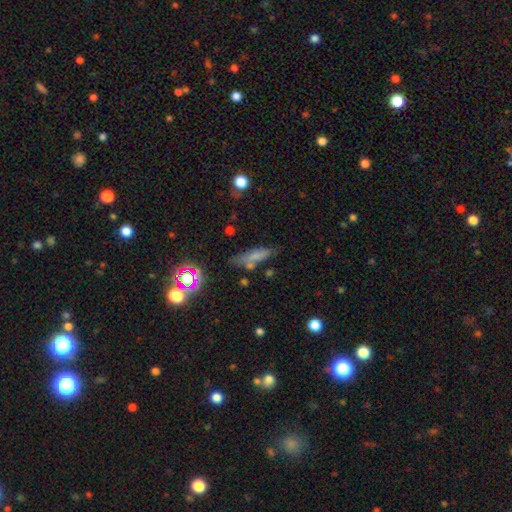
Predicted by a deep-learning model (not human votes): smooth 65%, featured or disk 19%, star or artifact 17%. Down the decision tree: how rounded — cigar-shaped (56%); merging — none (58%).